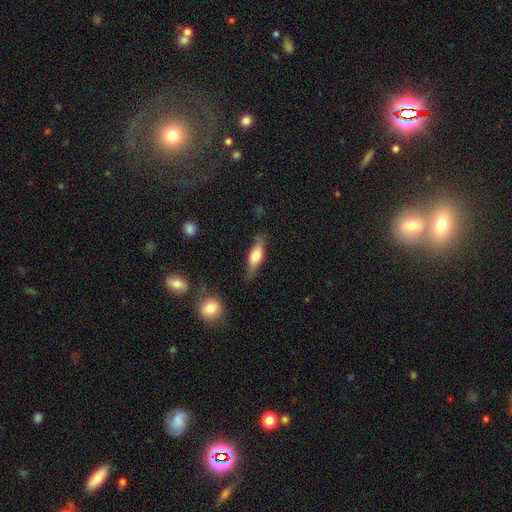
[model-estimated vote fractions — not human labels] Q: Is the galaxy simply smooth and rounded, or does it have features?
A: smooth — 60%.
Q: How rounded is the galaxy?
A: in between — 51%.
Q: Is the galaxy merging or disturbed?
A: none — 74%.